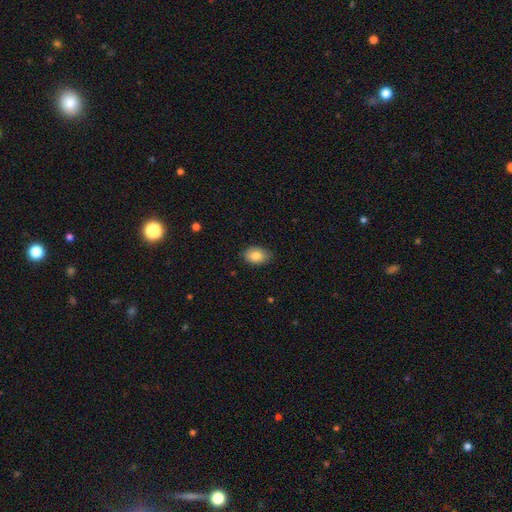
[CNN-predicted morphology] Smooth or featured? Predicted: smooth (p=0.84). How rounded? Predicted: in between (p=0.84). Merging? Predicted: none (p=0.81).